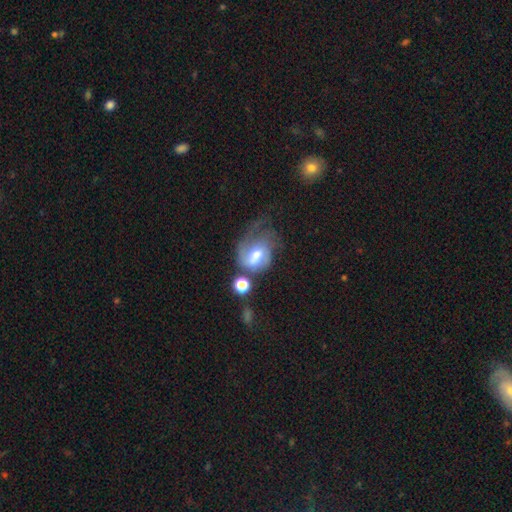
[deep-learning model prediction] This is possibly a featured or disk galaxy (59%). It is clearly not viewed edge-on (97%). Bar: possibly weak (47%). Spiral arm pattern: likely yes (77%). Central bulge: possibly moderate (60%). Merging: marginally major disturbance (38%).